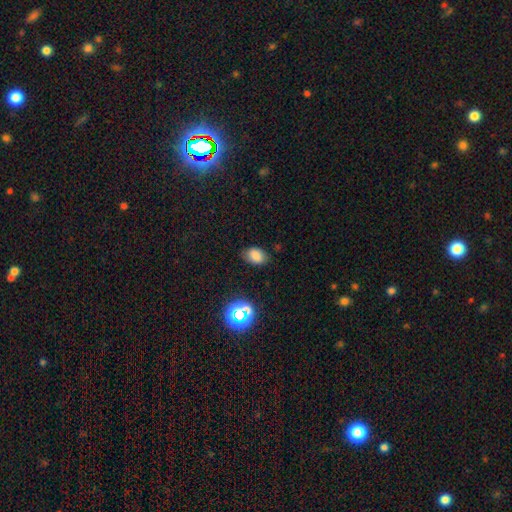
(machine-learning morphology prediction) Smooth or featured? smooth (79%)
How rounded? in between (81%)
Merging? none (79%)